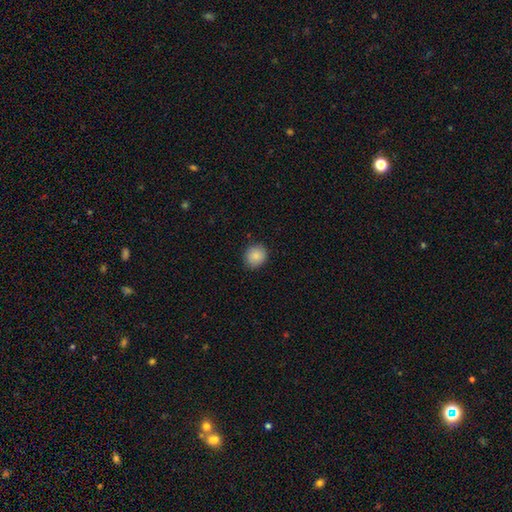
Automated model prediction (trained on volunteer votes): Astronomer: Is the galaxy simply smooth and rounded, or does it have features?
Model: smooth — 87%.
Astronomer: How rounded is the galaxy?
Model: round — 82%.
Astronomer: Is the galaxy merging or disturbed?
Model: none — 87%.